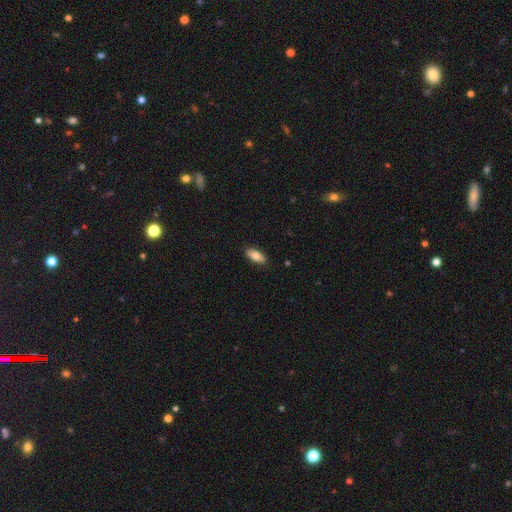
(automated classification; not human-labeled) Smooth or featured? Predicted: smooth (p=0.78). How rounded? Predicted: in between (p=0.83). Merging? Predicted: none (p=0.88).